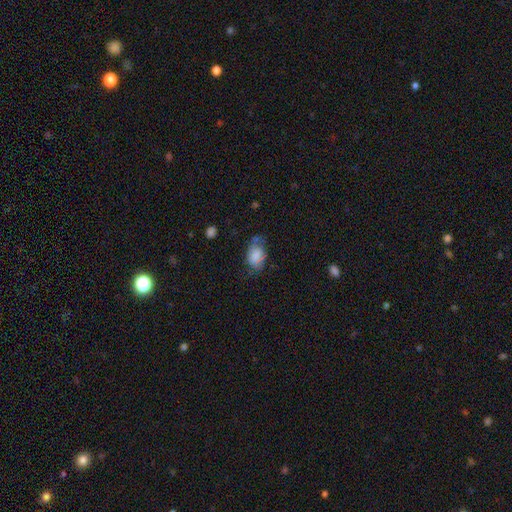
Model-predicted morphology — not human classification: type=smooth (79%); roundness=in between (85%); merging=none (50%).